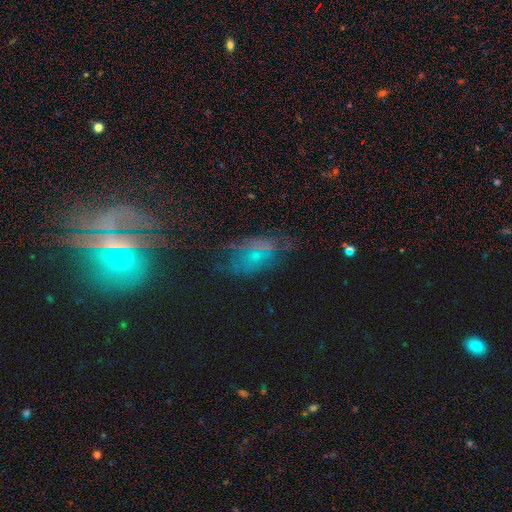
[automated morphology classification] A featured or disk galaxy (36%).

Vote fractions:
- Smooth or featured? featured or disk: 36% / smooth: 34% / star or artifact: 29%
- Merging? none: 49% / minor disturbance: 25% / major disturbance: 21% / merger: 6%